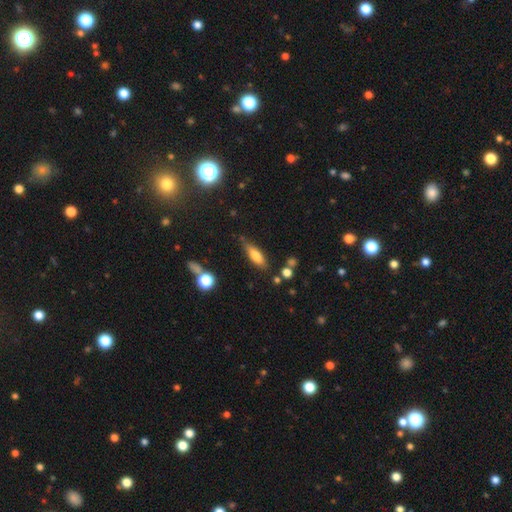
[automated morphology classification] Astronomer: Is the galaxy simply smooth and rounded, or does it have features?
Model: smooth — 68%.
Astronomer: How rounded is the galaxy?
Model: in between — 52% (runner-up: cigar-shaped, 45%).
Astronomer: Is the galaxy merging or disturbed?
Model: none — 67%.